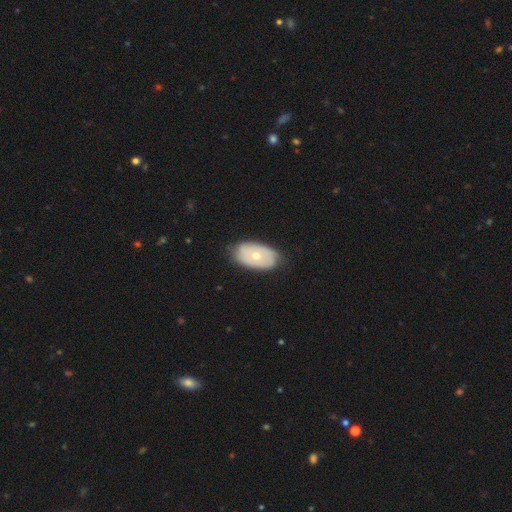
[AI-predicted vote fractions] Overall: featured or disk (48%; smooth 46%). Merging: none (78%).